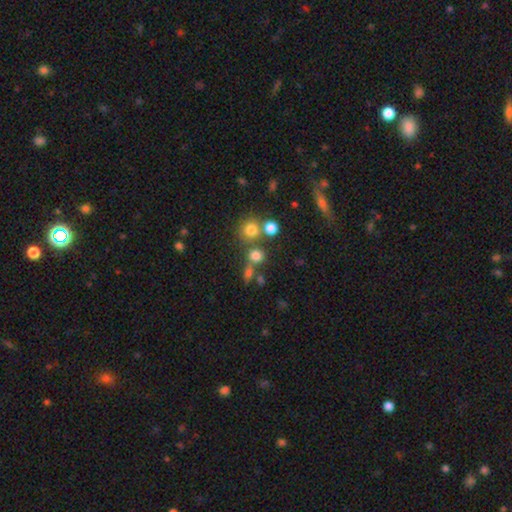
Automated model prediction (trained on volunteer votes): Q: Smooth or featured?
A: smooth (73%); runner-up: star or artifact (18%)
Q: How rounded?
A: round (82%); runner-up: in between (16%)
Q: Merging?
A: none (61%); runner-up: merger (25%)